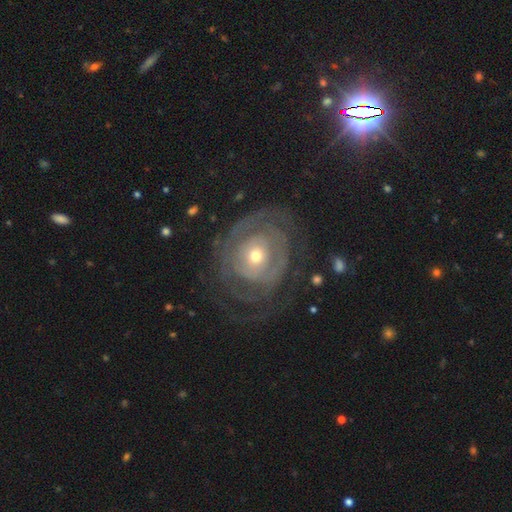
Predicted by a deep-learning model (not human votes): Morphology: type=featured or disk (76%); edge-on=no (96%); bar=no (80%); spiral arms=yes (75%); winding=tight (66%); arm count=can't tell (43%); bulge=small (49%); merging=none (61%).